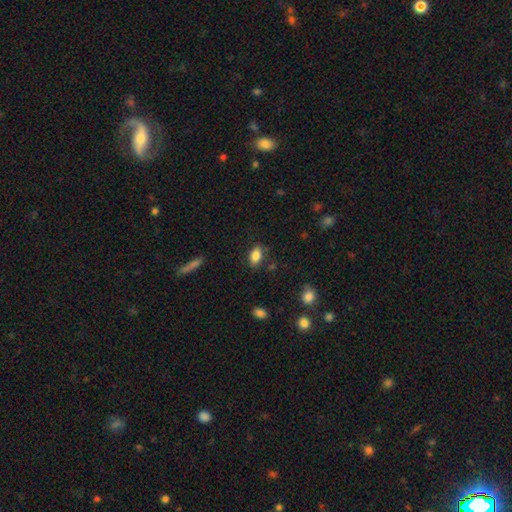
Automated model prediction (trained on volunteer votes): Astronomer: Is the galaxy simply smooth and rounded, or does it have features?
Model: smooth — 85%.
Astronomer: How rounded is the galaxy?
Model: in between — 88%.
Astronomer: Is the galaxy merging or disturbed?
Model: none — 81%.